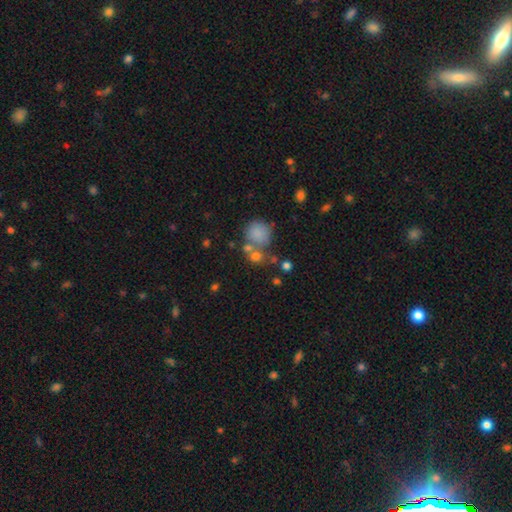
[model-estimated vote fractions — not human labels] smooth 72%, star or artifact 16%, featured or disk 12%. Down the decision tree: how rounded — round (80%); merging — none (50%).